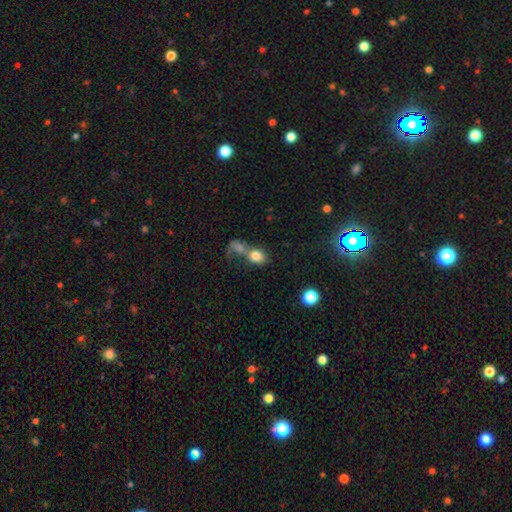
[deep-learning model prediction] Smooth or featured? Predicted: smooth (p=0.76). How rounded? Predicted: in between (p=0.62). Merging? Predicted: merger (p=0.62).